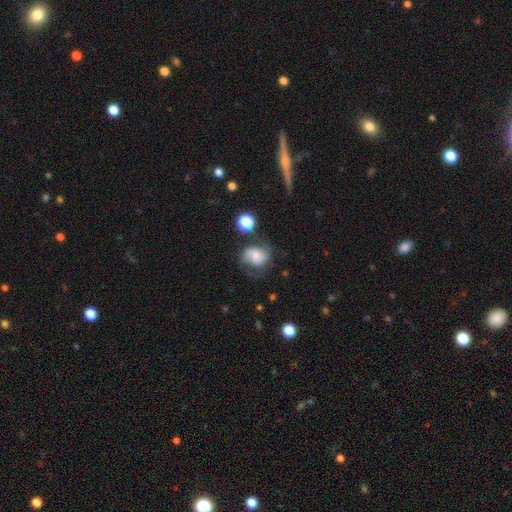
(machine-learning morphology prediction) type=featured or disk (54%); edge-on=no (97%); bar=no (58%); spiral arms=yes (86%); bulge=small (45%); merging=none (56%).